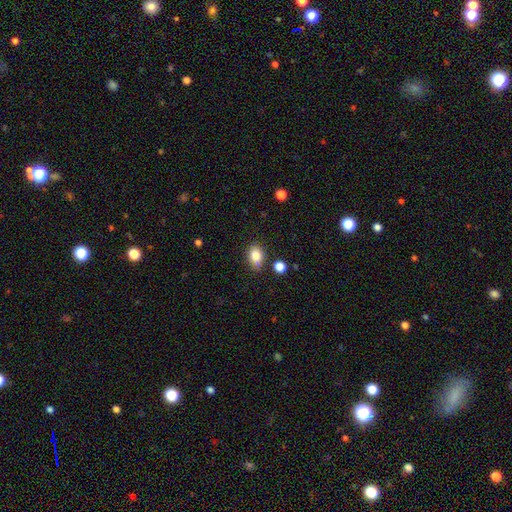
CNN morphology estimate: smooth_or_featured: smooth (p=0.81) [alt: star or artifact p=0.10]
how_rounded: in between (p=0.76) [alt: round p=0.22]
merging: none (p=0.69) [alt: minor disturbance p=0.21]